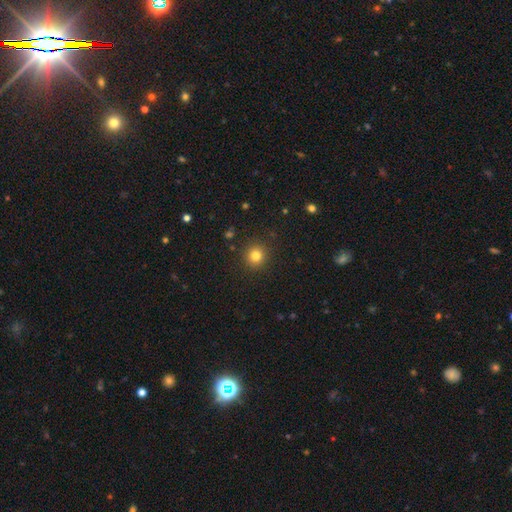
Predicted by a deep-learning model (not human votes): Overall: smooth (81%). How rounded: round (92%). Merging: none (90%).